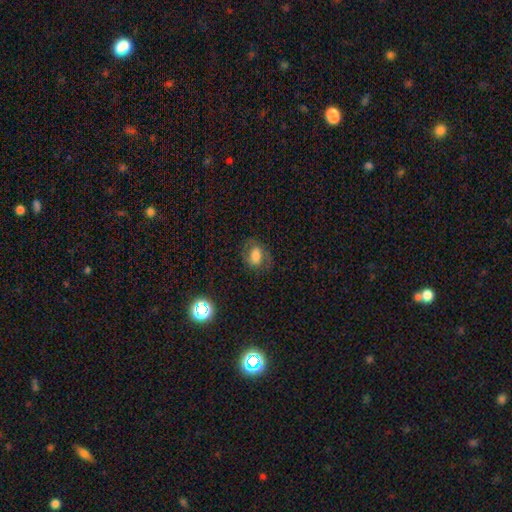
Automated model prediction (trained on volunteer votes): Smooth or featured: smooth — 58% (featured or disk — 29%)
How rounded: in between — 68% (round — 30%)
Merging: none — 67% (minor disturbance — 19%)